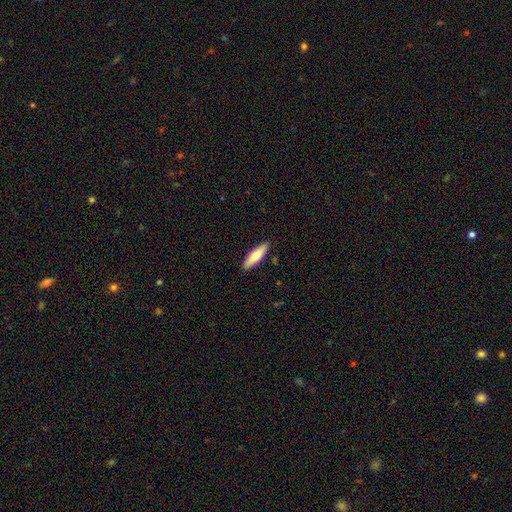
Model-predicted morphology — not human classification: type=smooth (66%); roundness=cigar-shaped (64%); merging=none (89%).